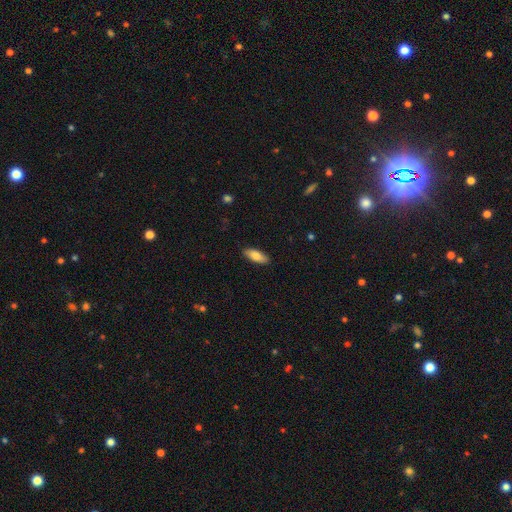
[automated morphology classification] smooth_or_featured: smooth (p=0.81) [alt: featured or disk p=0.13]
how_rounded: in between (p=0.73) [alt: cigar-shaped p=0.25]
merging: none (p=0.89) [alt: minor disturbance p=0.08]